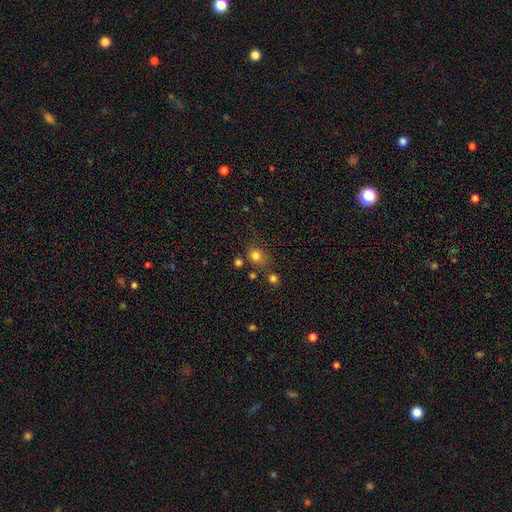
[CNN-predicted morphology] This appears to be a smooth galaxy with no disk features (78%) that is round (73%). Merging: none (67%).